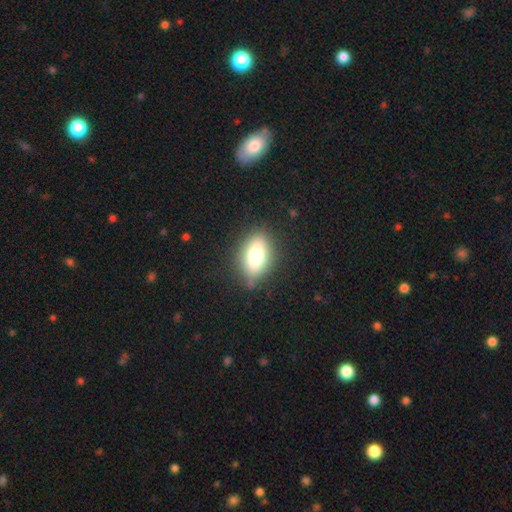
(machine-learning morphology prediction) Smooth or featured? Predicted: smooth (p=0.75). How rounded? Predicted: in between (p=0.82). Merging? Predicted: none (p=0.80).